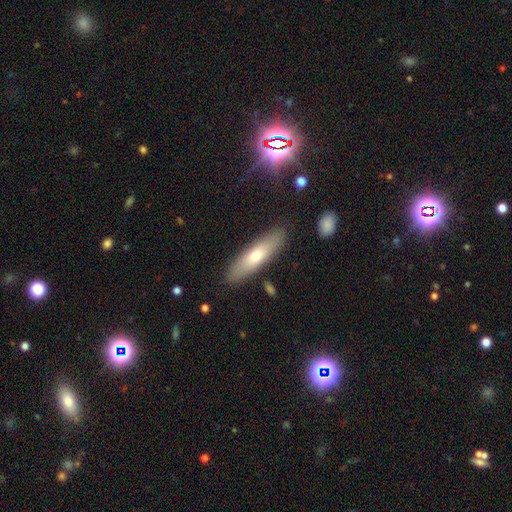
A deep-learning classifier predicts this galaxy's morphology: Q: Smooth or featured?
A: smooth (63%); runner-up: featured or disk (30%)
Q: How rounded?
A: cigar-shaped (65%); runner-up: in between (33%)
Q: Merging?
A: none (86%); runner-up: minor disturbance (10%)